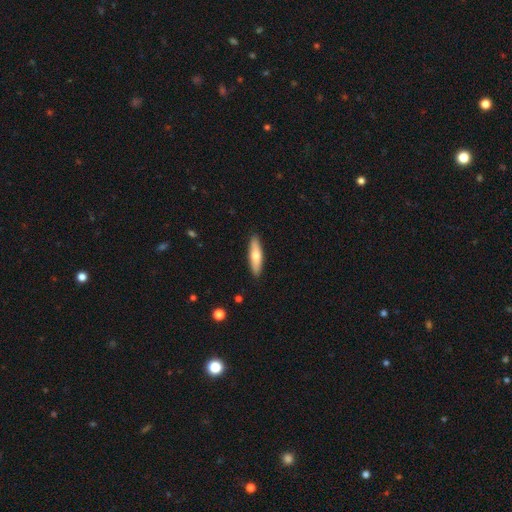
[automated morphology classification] This appears to be a smooth galaxy with no disk features (65%) that is cigar-shaped (67%). Merging: none (90%).